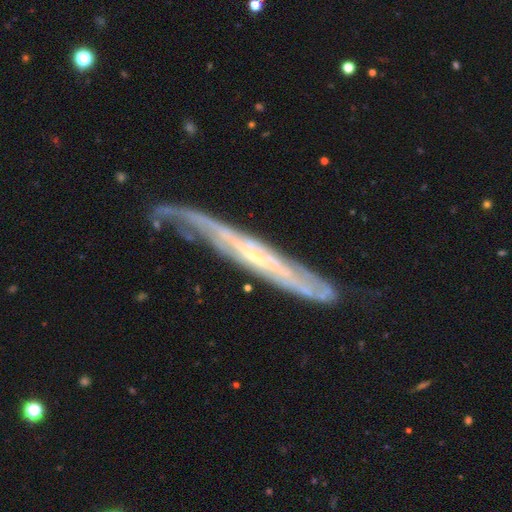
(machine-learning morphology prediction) smooth_or_featured: featured or disk (p=0.84) [alt: smooth p=0.11]
disk_edge_on: yes (p=0.61) [alt: no p=0.39]
edge_on_bulge: none (p=0.64) [alt: rounded p=0.31]
merging: none (p=0.62) [alt: minor disturbance p=0.22]